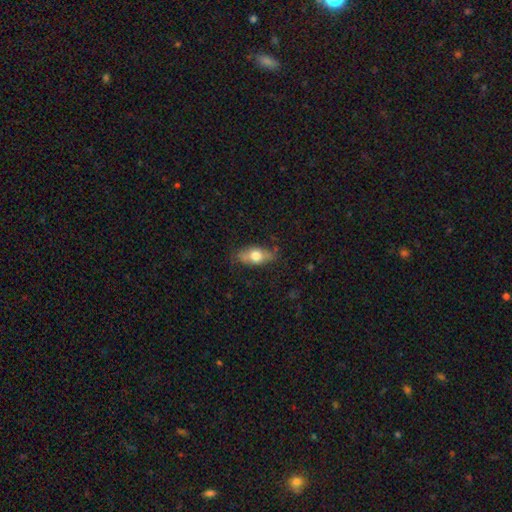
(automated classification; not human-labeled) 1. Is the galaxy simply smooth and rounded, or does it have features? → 65% smooth, 27% featured or disk, 7% star or artifact.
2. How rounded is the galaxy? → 79% in between, 13% cigar-shaped, 8% round.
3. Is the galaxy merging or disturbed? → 71% none, 22% minor disturbance, 5% major disturbance, 2% merger.